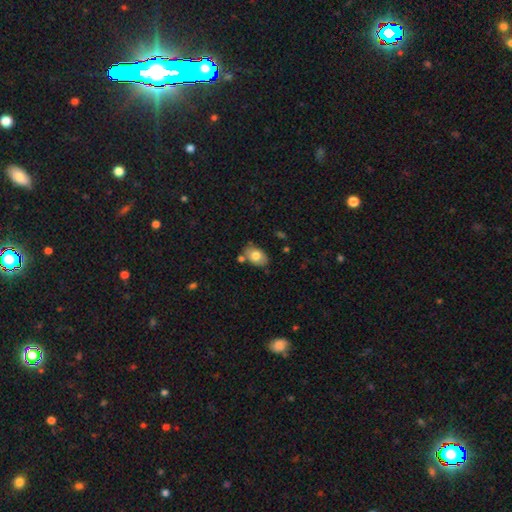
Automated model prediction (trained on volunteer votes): The model was most divided on "merging": none: 71%, minor disturbance: 16%, merger: 10%, major disturbance: 3%. More confident: how rounded — in between (83%); smooth or featured — smooth (76%).